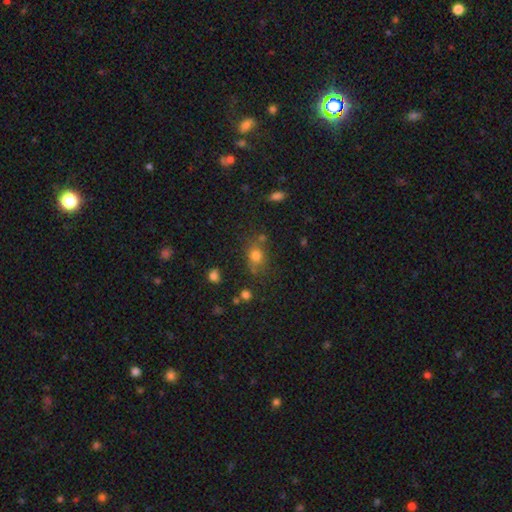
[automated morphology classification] Smooth or featured?
  - smooth: 76% *
  - star or artifact: 15%
  - featured or disk: 9%
How rounded?
  - round: 56% *
  - in between: 42%
  - cigar-shaped: 2%
Merging?
  - none: 64% *
  - minor disturbance: 17%
  - merger: 12%
  - major disturbance: 7%